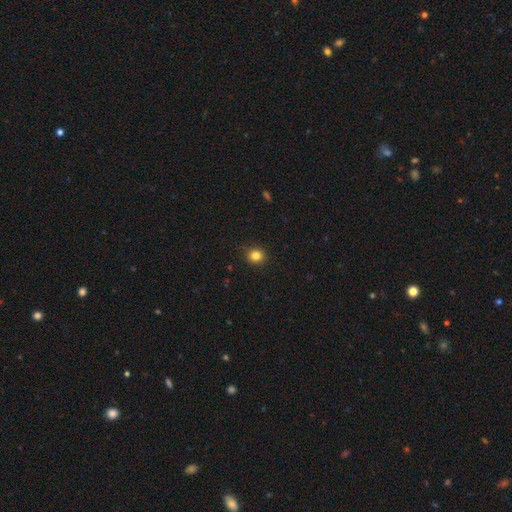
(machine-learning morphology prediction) Overall: smooth (83%). How rounded: round (86%). Merging: none (89%).